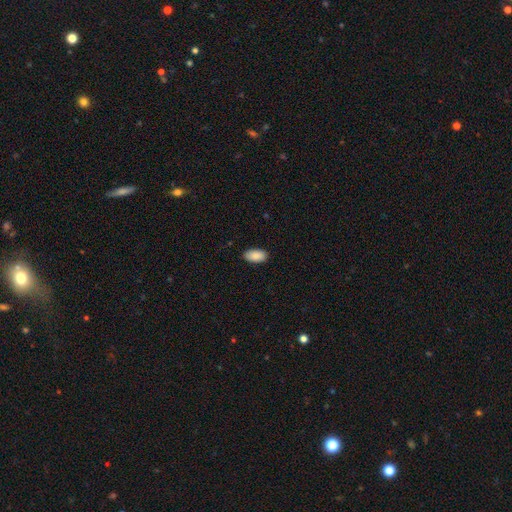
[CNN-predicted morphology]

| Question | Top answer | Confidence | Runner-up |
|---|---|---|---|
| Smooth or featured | smooth | 89% | star or artifact (7%) |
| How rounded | in between | 95% | round (2%) |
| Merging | none | 89% | minor disturbance (9%) |